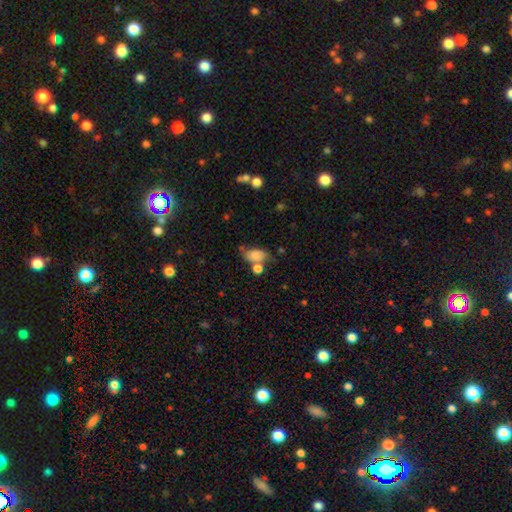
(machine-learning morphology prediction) Overall: smooth (79%). How rounded: in between (86%). Merging: none (42%; merger 24%).